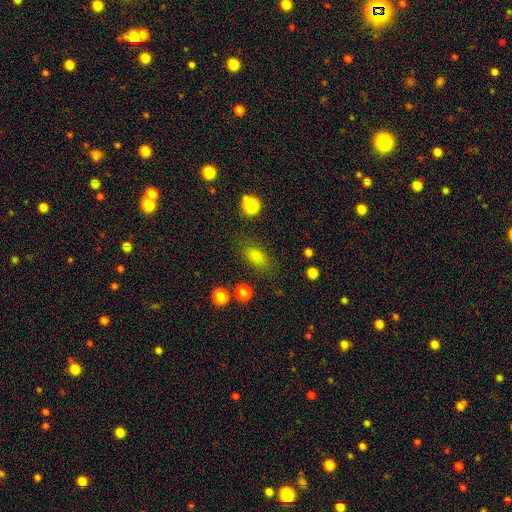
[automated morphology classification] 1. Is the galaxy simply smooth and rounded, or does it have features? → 78% smooth, 15% star or artifact, 7% featured or disk.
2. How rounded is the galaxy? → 80% in between, 14% round, 6% cigar-shaped.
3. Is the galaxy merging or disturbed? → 77% none, 14% minor disturbance, 6% major disturbance, 3% merger.